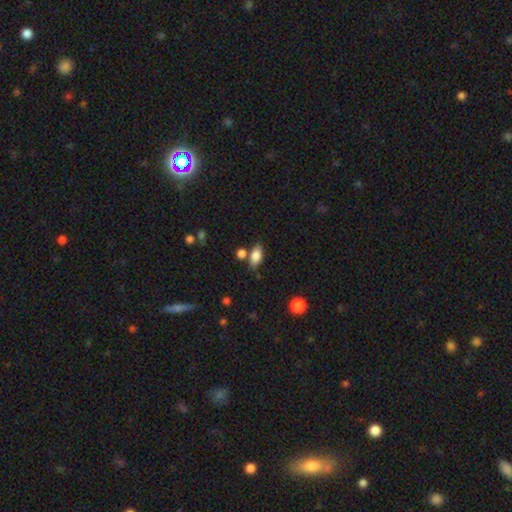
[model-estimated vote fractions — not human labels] Overall: smooth (82%). How rounded: in between (87%). Merging: none (69%).